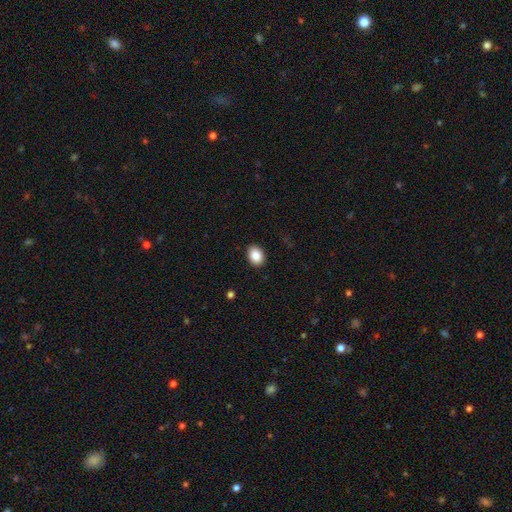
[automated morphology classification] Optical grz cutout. It shows a smooth galaxy with no disk features (88%) that is in between round and cigar-shaped (70%). Merging: none (90%).